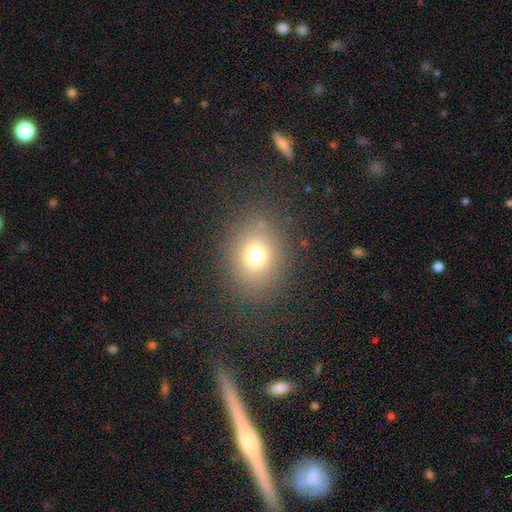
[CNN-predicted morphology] smooth-or-featured: smooth: 71% | star or artifact: 18% | featured or disk: 11%
  how-rounded: round: 60% | in between: 39% | cigar-shaped: 1%
  merging: none: 83% | minor disturbance: 10% | major disturbance: 6% | merger: 1%